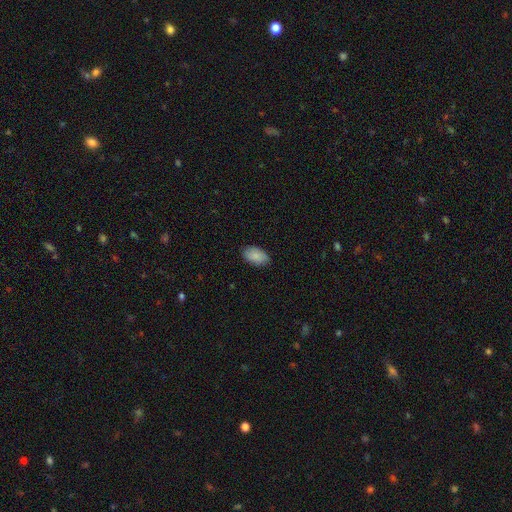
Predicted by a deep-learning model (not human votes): A smooth galaxy with no disk features (88%) that is in between round and cigar-shaped (93%). Merging: none (85%).